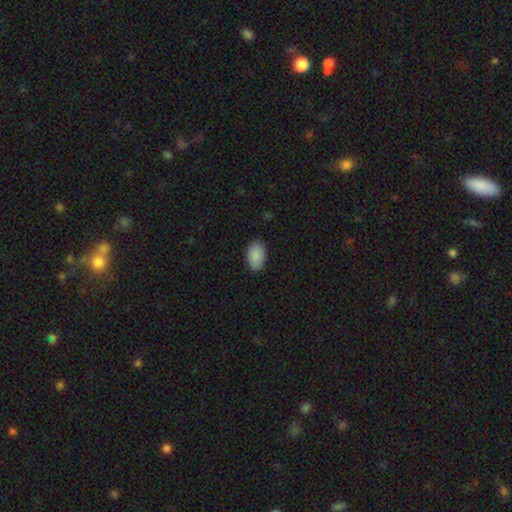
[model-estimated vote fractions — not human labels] smooth 89%, star or artifact 6%, featured or disk 4%. Down the decision tree: how rounded — in between (92%); merging — none (87%).